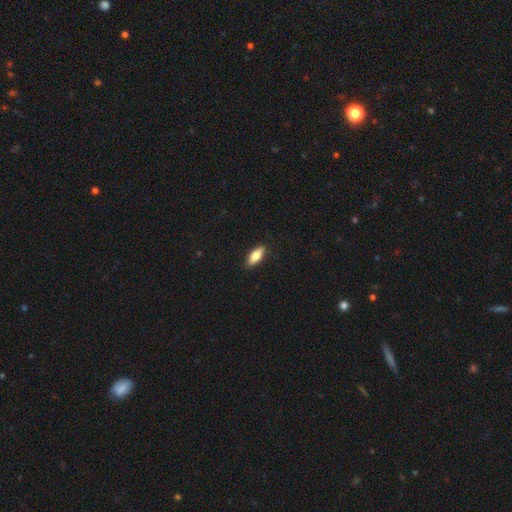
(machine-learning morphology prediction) A smooth galaxy with no disk features (75%) that is in between round and cigar-shaped (72%). Merging: none (89%).